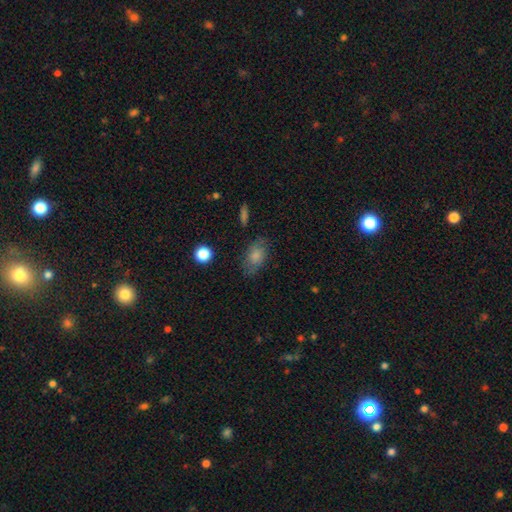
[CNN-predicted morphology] Smooth or featured: smooth — 79% (featured or disk — 12%)
How rounded: in between — 85% (round — 12%)
Merging: none — 74% (minor disturbance — 18%)